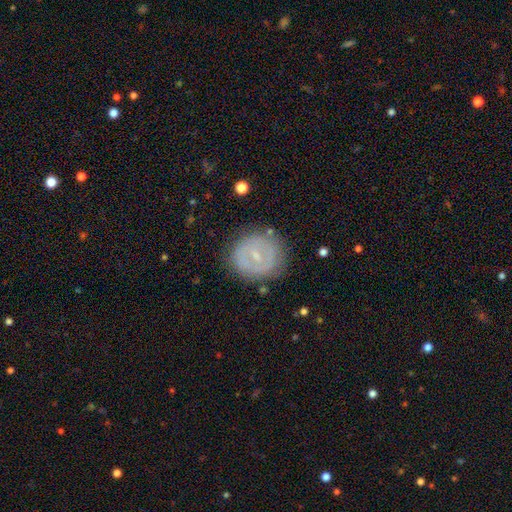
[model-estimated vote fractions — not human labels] Morphology: type=featured or disk (56%); edge-on=no (96%); bar=weak (46%); spiral arms=no (61%); bulge=small (68%); merging=none (81%).